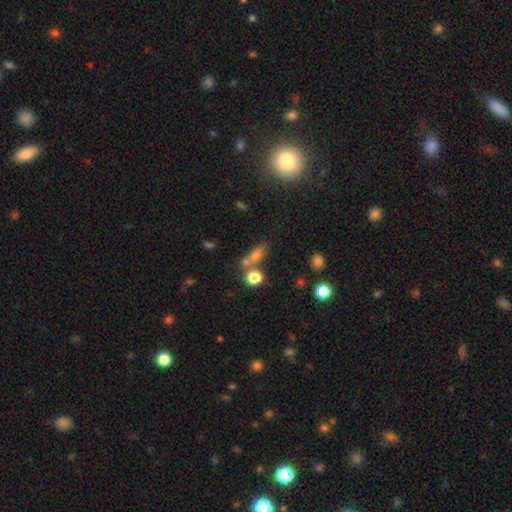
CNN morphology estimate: A smooth galaxy with no disk features (66%) that is in between round and cigar-shaped (54%).

Vote fractions:
- Smooth or featured? smooth: 66% / star or artifact: 20% / featured or disk: 14%
- How rounded? in between: 54% / round: 30% / cigar-shaped: 16%
- Merging? none: 49% / merger: 32% / minor disturbance: 12% / major disturbance: 7%